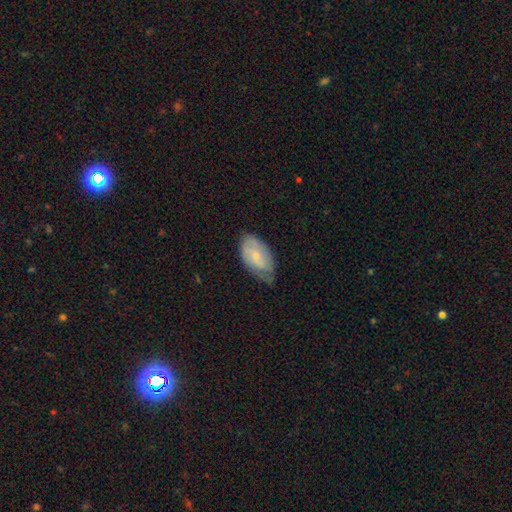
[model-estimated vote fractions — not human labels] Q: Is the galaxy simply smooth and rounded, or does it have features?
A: smooth — 58%.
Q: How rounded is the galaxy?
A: in between — 93%.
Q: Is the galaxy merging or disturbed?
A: none — 52%.